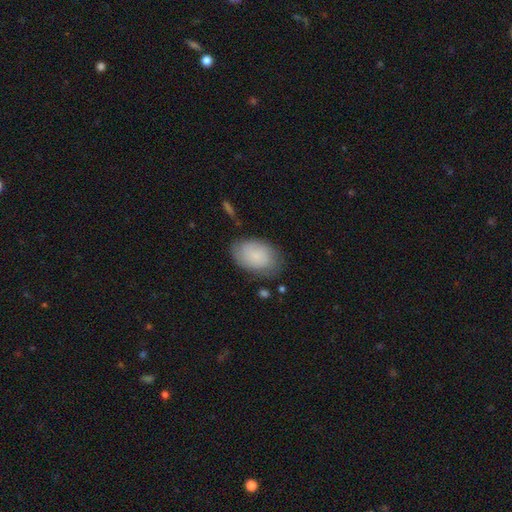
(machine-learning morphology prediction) A smooth galaxy with no disk features (75%) that is in between round and cigar-shaped (90%).

Vote fractions:
- Smooth or featured? smooth: 75% / featured or disk: 18% / star or artifact: 7%
- How rounded? in between: 90% / round: 9% / cigar-shaped: 1%
- Merging? none: 73% / minor disturbance: 19% / major disturbance: 6% / merger: 2%